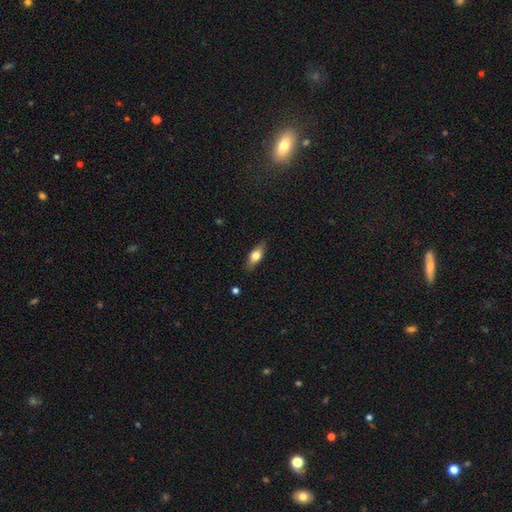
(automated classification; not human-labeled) The model was most divided on "smooth or featured": smooth: 68%, featured or disk: 26%, star or artifact: 7%. More confident: merging — none (85%); how rounded — in between (71%).